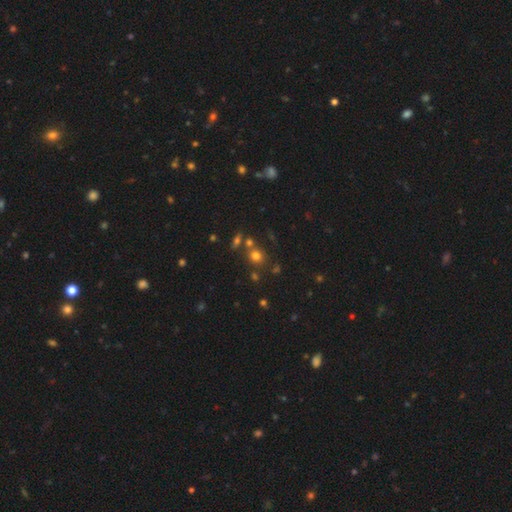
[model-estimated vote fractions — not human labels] Smooth or featured?
  - smooth: 70% *
  - star or artifact: 20%
  - featured or disk: 11%
How rounded?
  - round: 79% *
  - in between: 20%
  - cigar-shaped: 1%
Merging?
  - none: 68% *
  - merger: 18%
  - minor disturbance: 10%
  - major disturbance: 4%